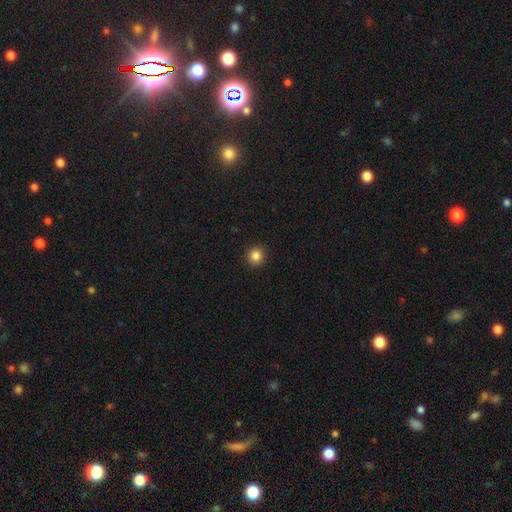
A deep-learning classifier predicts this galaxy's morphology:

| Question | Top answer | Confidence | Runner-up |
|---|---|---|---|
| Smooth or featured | smooth | 86% | star or artifact (11%) |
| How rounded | round | 92% | in between (7%) |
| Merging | none | 92% | minor disturbance (5%) |